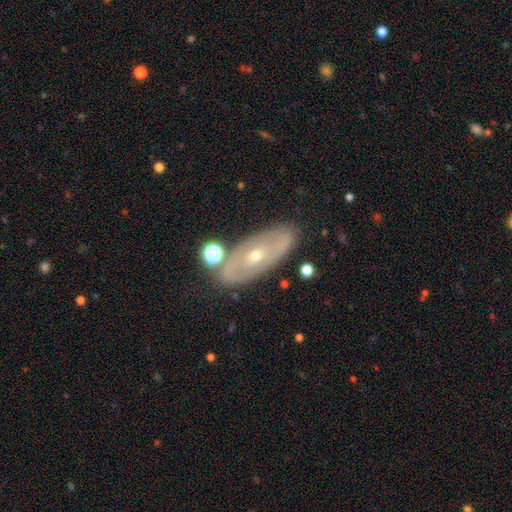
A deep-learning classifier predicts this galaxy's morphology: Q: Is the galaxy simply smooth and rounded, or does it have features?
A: featured or disk — 66%.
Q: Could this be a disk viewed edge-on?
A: no — 84%.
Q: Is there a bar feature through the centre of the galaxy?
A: no — 72%.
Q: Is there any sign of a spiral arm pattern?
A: no — 55%.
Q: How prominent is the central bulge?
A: small — 57%.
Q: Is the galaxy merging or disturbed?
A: none — 78%.